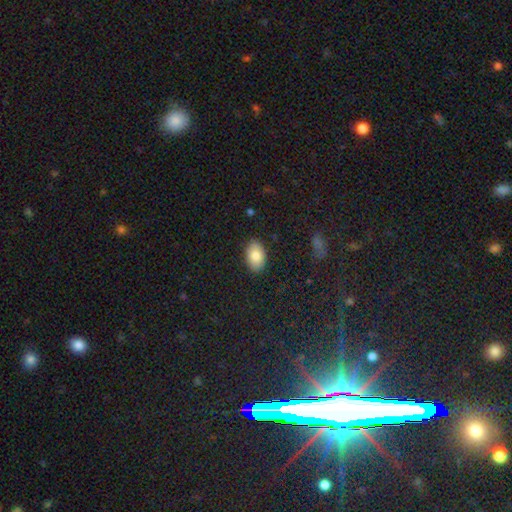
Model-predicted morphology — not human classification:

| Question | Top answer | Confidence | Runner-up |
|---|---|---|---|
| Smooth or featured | smooth | 83% | featured or disk (10%) |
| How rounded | in between | 91% | round (8%) |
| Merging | none | 88% | minor disturbance (9%) |